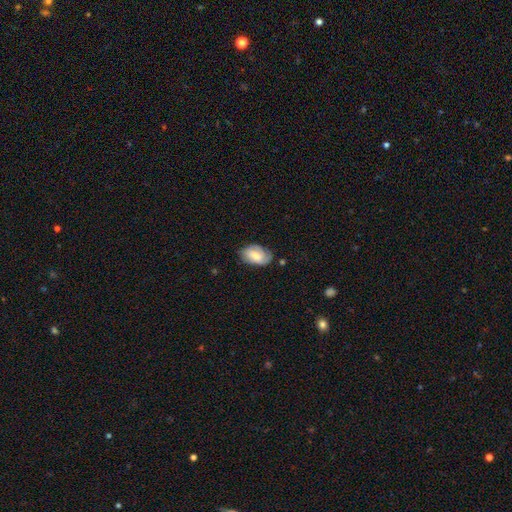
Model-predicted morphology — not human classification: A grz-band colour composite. It shows a smooth galaxy with no disk features (57%) that is in between round and cigar-shaped (90%). Merging: none (65%).